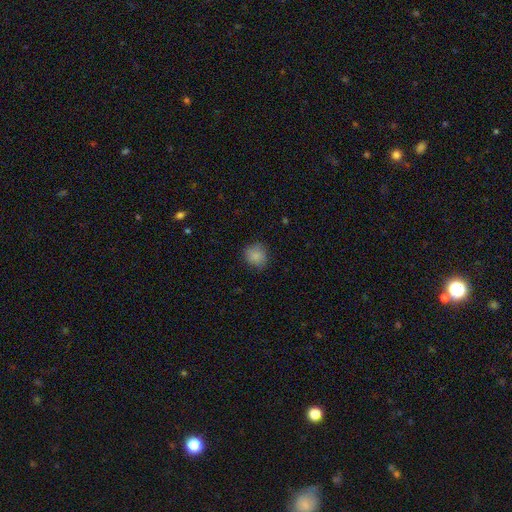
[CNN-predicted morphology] smooth 86%, star or artifact 9%, featured or disk 5%. Down the decision tree: how rounded — round (83%); merging — none (83%).